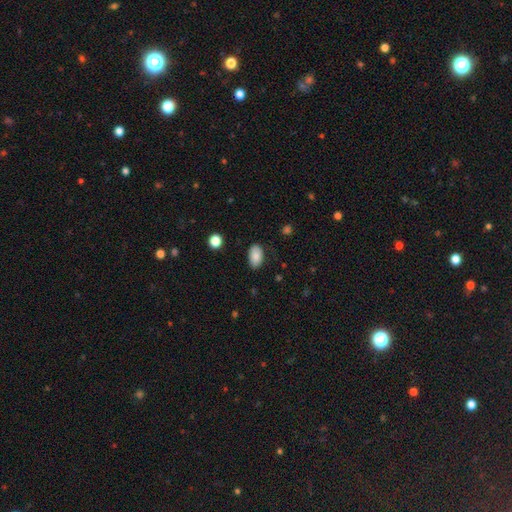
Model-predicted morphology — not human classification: A smooth galaxy with no disk features (86%) that is in between round and cigar-shaped (92%). Merging: none (83%).